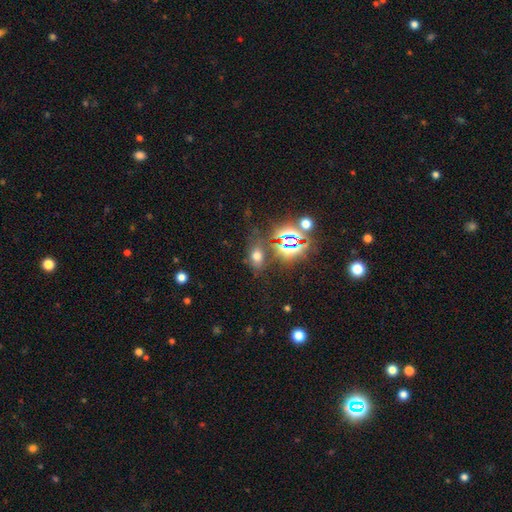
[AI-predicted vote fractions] A smooth galaxy with no disk features (54%) that is in between round and cigar-shaped (77%). Merging: none (71%).